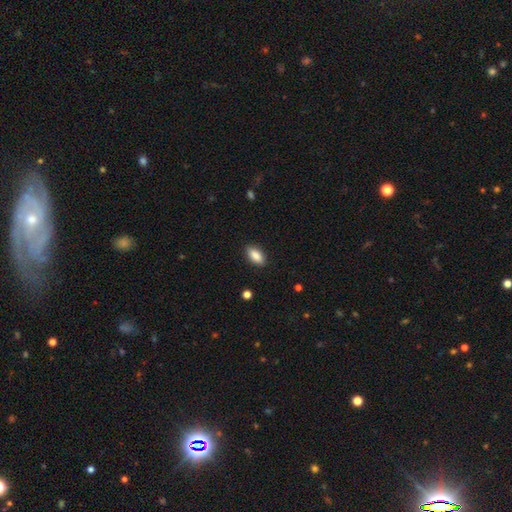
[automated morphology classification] Smooth or featured?
  - smooth: 87% *
  - star or artifact: 7%
  - featured or disk: 6%
How rounded?
  - in between: 89% *
  - cigar-shaped: 8%
  - round: 3%
Merging?
  - none: 88% *
  - minor disturbance: 9%
  - major disturbance: 2%
  - merger: 1%